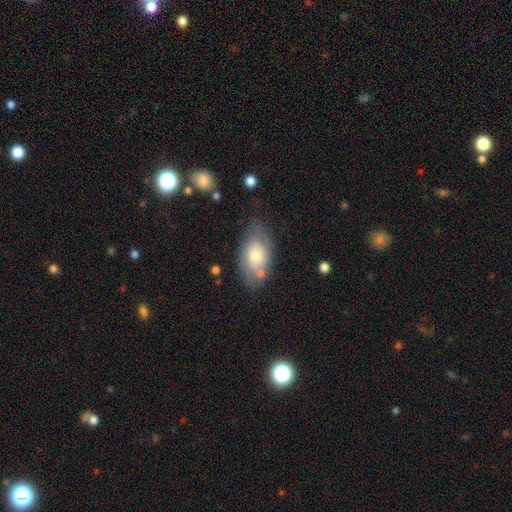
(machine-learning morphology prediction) smooth 65%, featured or disk 28%, star or artifact 7%. Down the decision tree: how rounded — in between (91%); merging — none (65%).